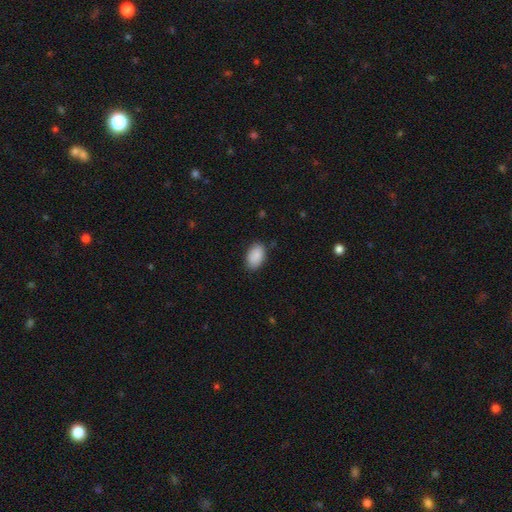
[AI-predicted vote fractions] A smooth galaxy with no disk features (89%) that is in between round and cigar-shaped (91%).

Vote fractions:
- Smooth or featured? smooth: 89% / star or artifact: 7% / featured or disk: 4%
- How rounded? in between: 91% / round: 8% / cigar-shaped: 1%
- Merging? none: 82% / minor disturbance: 14% / major disturbance: 3% / merger: 1%